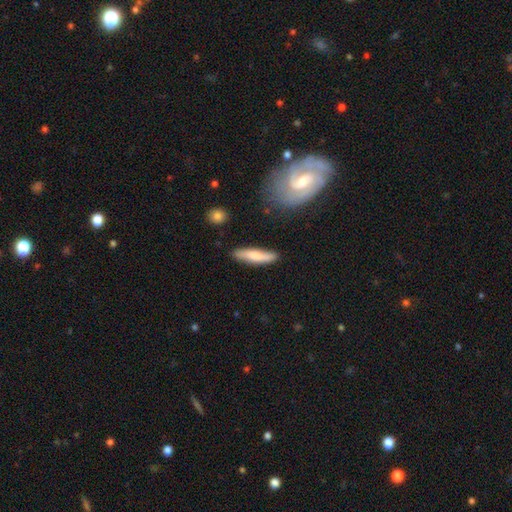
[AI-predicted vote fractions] Overall: smooth (72%). How rounded: cigar-shaped (80%). Merging: none (83%).